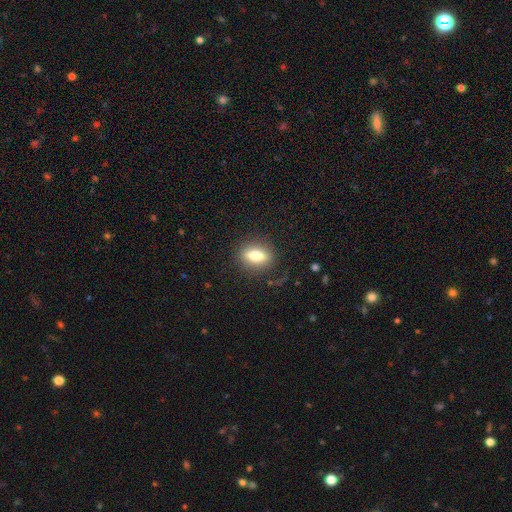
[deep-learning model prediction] Overall: smooth (70%). How rounded: in between (70%). Merging: none (84%).